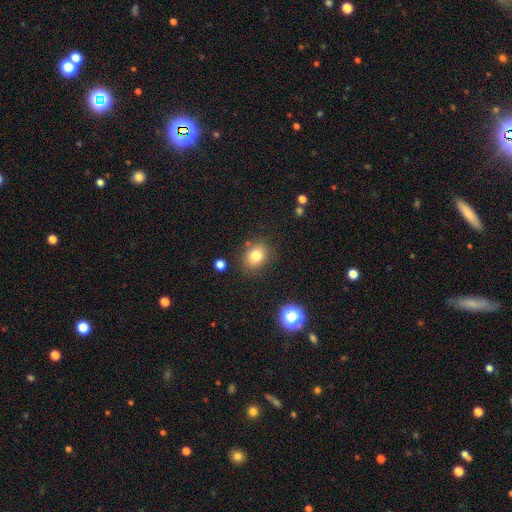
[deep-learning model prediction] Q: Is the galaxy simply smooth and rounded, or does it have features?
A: smooth — 79%.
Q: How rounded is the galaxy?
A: in between — 51%.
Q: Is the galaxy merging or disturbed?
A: none — 83%.